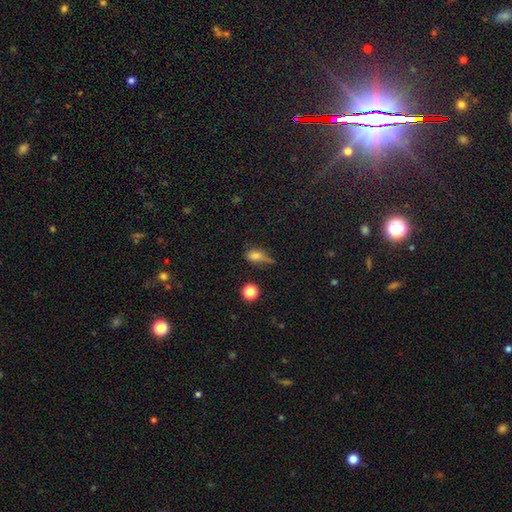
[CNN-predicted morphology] smooth 68%, star or artifact 16%, featured or disk 16%. Down the decision tree: how rounded — in between (66%); merging — none (37%).